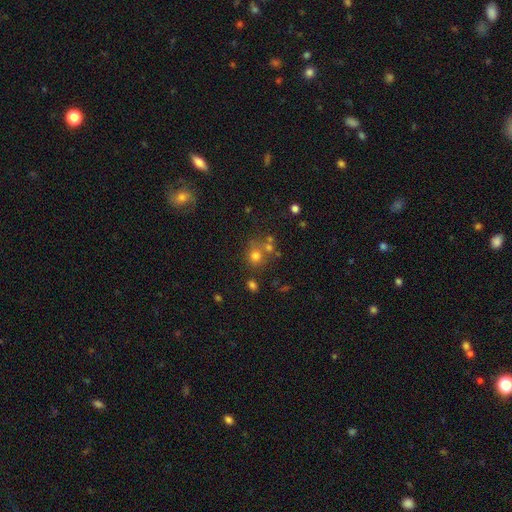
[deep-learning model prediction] smooth 68%, star or artifact 19%, featured or disk 13%. Down the decision tree: how rounded — round (83%); merging — none (58%).